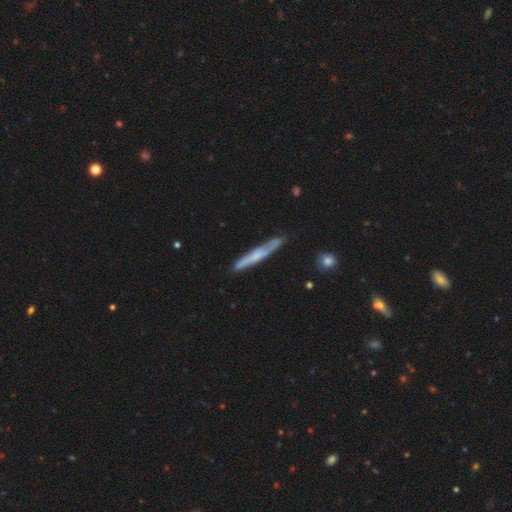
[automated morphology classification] The model was most divided on "smooth or featured": featured or disk: 48%, smooth: 46%, star or artifact: 6%. More confident: merging — none (77%).